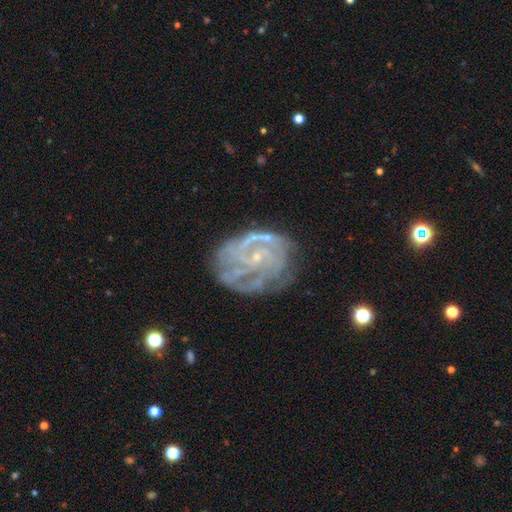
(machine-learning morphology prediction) Smooth or featured? featured or disk (84%)
Edge-on disk? no (98%)
Bar? no (62%)
Spiral arms? yes (92%)
Spiral winding? tight (58%)
Spiral arm count? can't tell (30%)
Bulge size? small (82%)
Merging? none (64%)